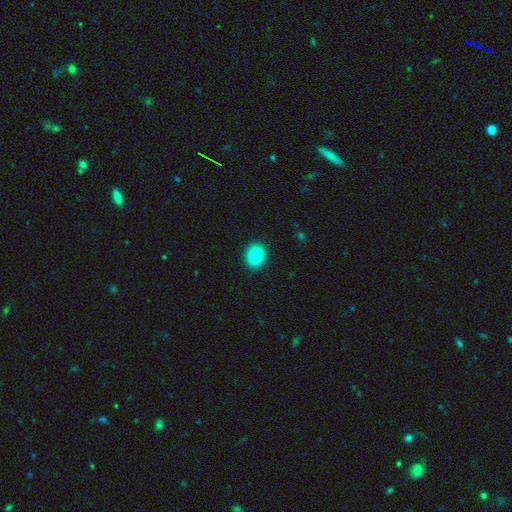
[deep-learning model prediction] smooth-or-featured: smooth: 82% | star or artifact: 9% | featured or disk: 9%
  how-rounded: round: 58% | in between: 41% | cigar-shaped: 1%
  merging: none: 92% | minor disturbance: 6% | major disturbance: 2% | merger: 1%